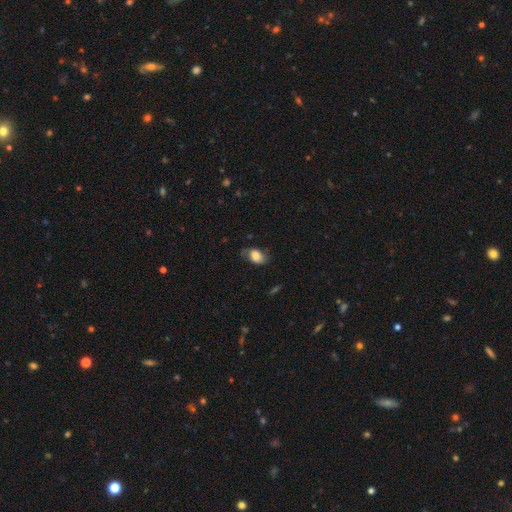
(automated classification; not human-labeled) Smooth or featured?
  - smooth: 73% *
  - featured or disk: 19%
  - star or artifact: 8%
How rounded?
  - in between: 85% *
  - round: 13%
  - cigar-shaped: 2%
Merging?
  - none: 63% *
  - minor disturbance: 26%
  - major disturbance: 10%
  - merger: 1%